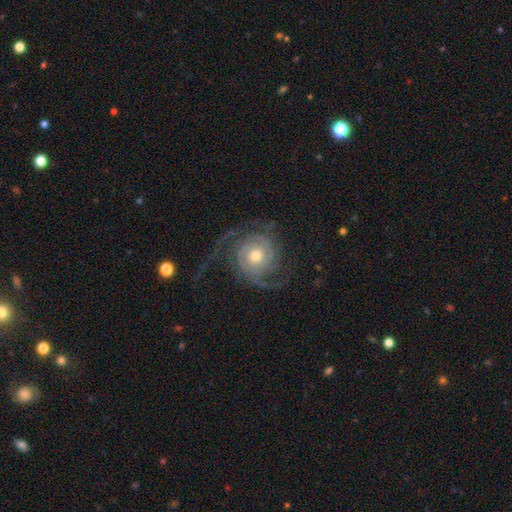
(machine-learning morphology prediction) smooth-or-featured: featured or disk: 90% | smooth: 6% | star or artifact: 5%
  disk-edge-on: no: 98% | yes: 2%
    bar: no: 75% | weak: 20% | strong: 5%
    has-spiral-arms: yes: 97% | no: 3%
      spiral-winding: tight: 51% | medium: 34% | loose: 15%
      spiral-arm-count: 2: 51% | 3: 19% | can't tell: 12% | 4: 7% | 1: 6% | more than 4: 5%
    bulge-size: moderate: 67% | small: 24% | large: 6% | none: 1% | dominant: 1%
  merging: none: 67% | major disturbance: 18% | minor disturbance: 14% | merger: 1%